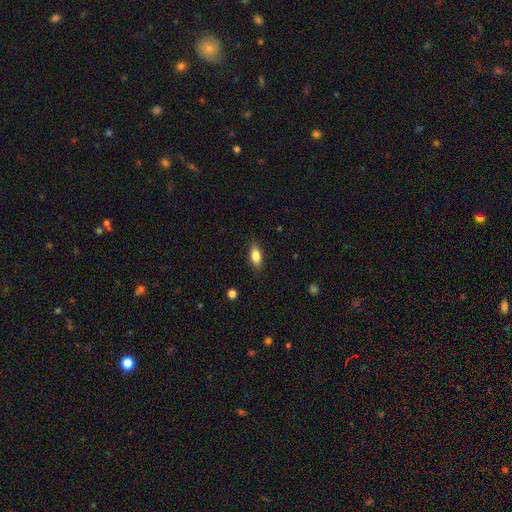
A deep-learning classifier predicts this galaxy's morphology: smooth-or-featured: smooth: 81% | featured or disk: 11% | star or artifact: 8%
  how-rounded: in between: 83% | cigar-shaped: 13% | round: 4%
  merging: none: 84% | minor disturbance: 13% | major disturbance: 3% | merger: 1%